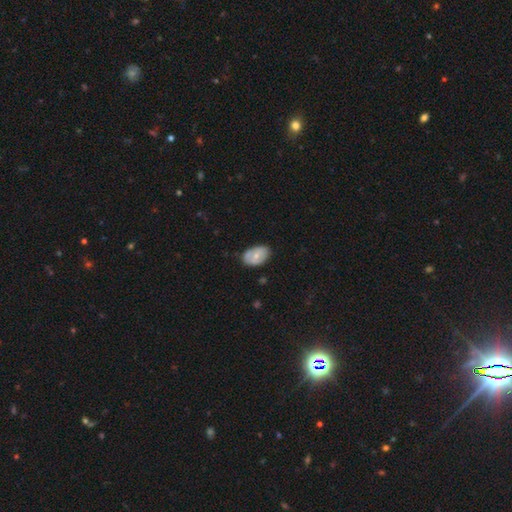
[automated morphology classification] The model was most divided on "smooth or featured": smooth: 59%, featured or disk: 35%, star or artifact: 7%. More confident: how rounded — in between (89%); merging — none (71%).